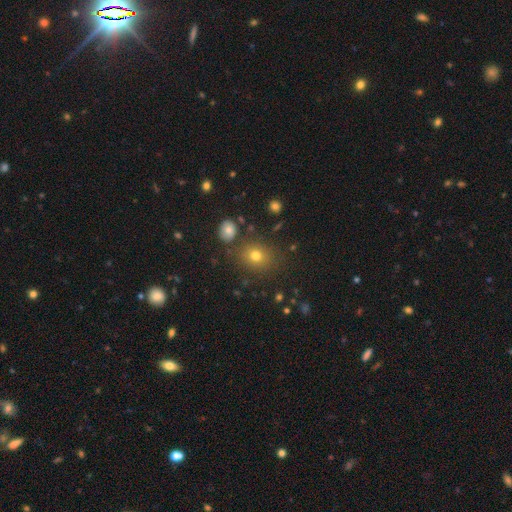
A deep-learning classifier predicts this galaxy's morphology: smooth 71%, star or artifact 19%, featured or disk 11%. Down the decision tree: how rounded — round (68%); merging — none (80%).